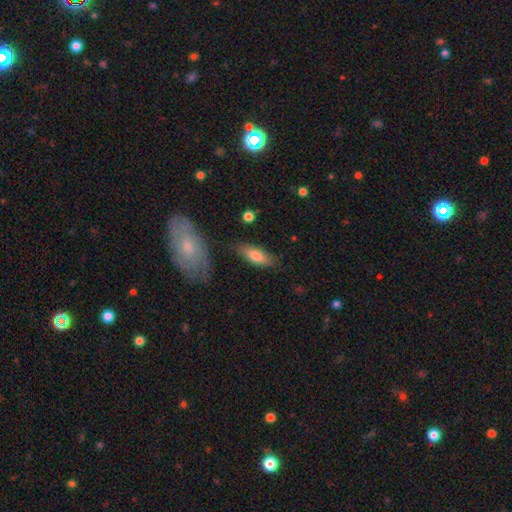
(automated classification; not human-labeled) Smooth or featured?
  - smooth: 75% *
  - featured or disk: 19%
  - star or artifact: 6%
How rounded?
  - in between: 65% *
  - cigar-shaped: 32%
  - round: 2%
Merging?
  - none: 76% *
  - minor disturbance: 17%
  - major disturbance: 4%
  - merger: 3%